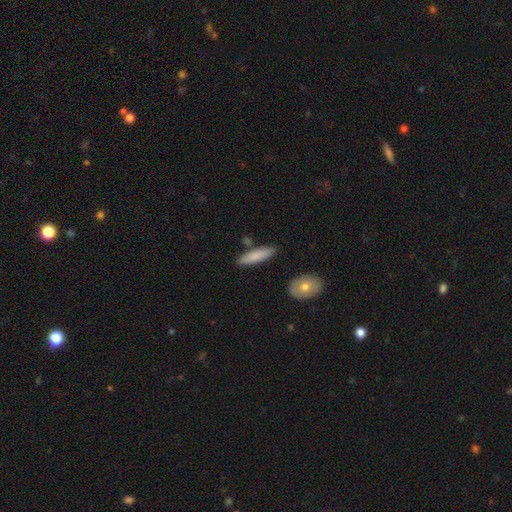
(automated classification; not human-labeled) Overall: smooth (82%). How rounded: cigar-shaped (64%; in between 34%). Merging: none (83%).